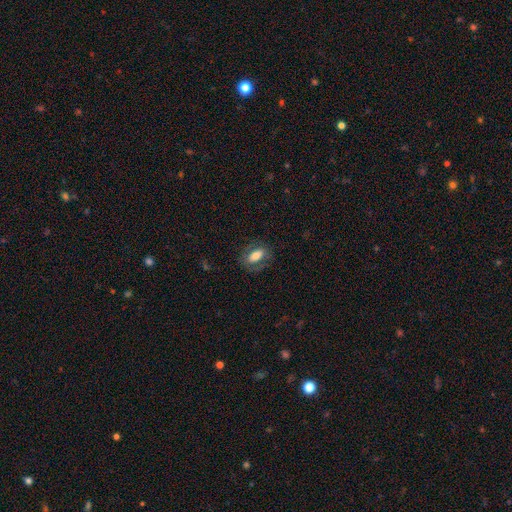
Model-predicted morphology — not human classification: Smooth or featured? smooth (64%)
How rounded? in between (87%)
Merging? none (72%)